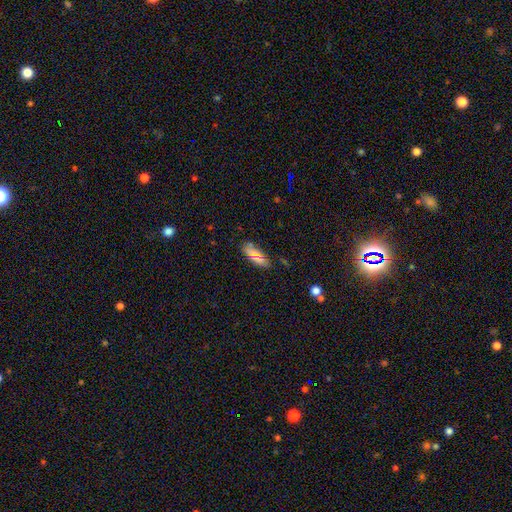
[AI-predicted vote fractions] A smooth galaxy with no disk features (78%) that is in between round and cigar-shaped (54%). Merging: none (65%).